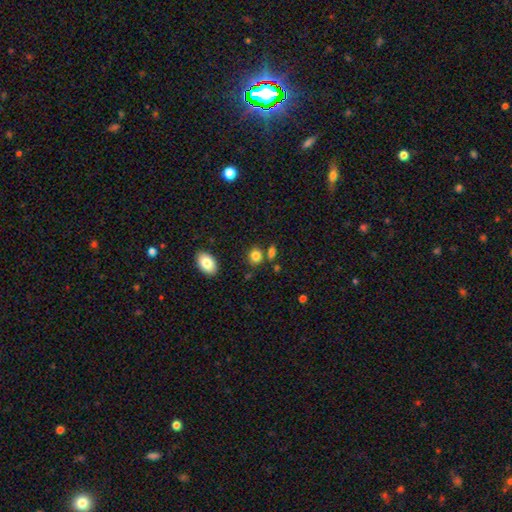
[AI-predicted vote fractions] The model was most divided on "how rounded": round: 56%, in between: 42%, cigar-shaped: 2%. More confident: smooth or featured — smooth (84%); merging — none (74%).